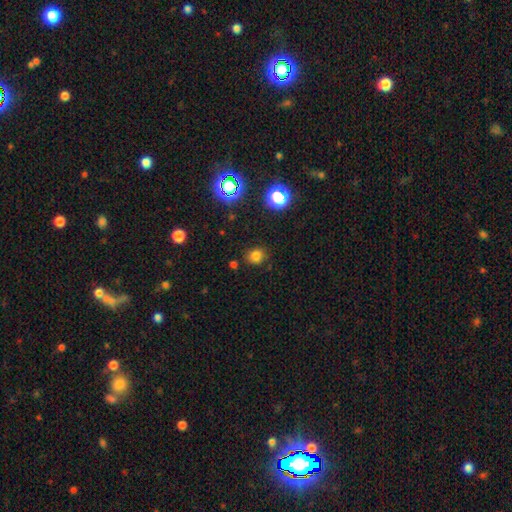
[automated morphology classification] Smooth or featured? smooth (75%)
How rounded? round (76%)
Merging? none (81%)